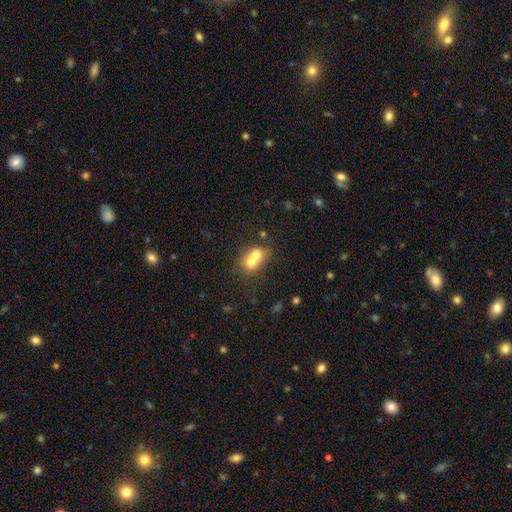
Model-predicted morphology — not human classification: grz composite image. It shows a smooth galaxy with no disk features (65%) that is round (63%). Merging: merger (71%).